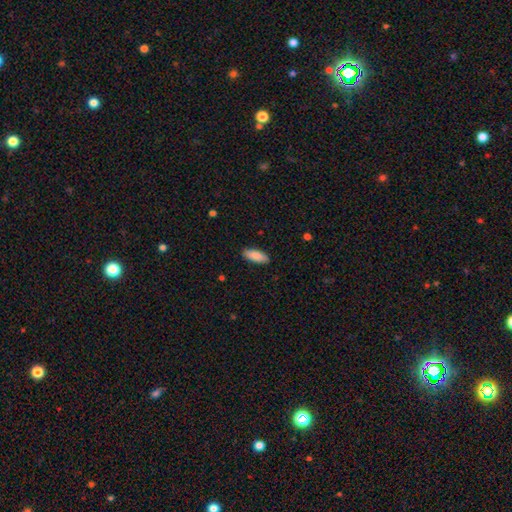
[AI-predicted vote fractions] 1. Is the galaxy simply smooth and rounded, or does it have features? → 88% smooth, 7% featured or disk, 6% star or artifact.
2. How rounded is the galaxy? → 74% in between, 24% cigar-shaped, 2% round.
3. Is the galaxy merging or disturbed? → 89% none, 9% minor disturbance, 2% major disturbance, 1% merger.